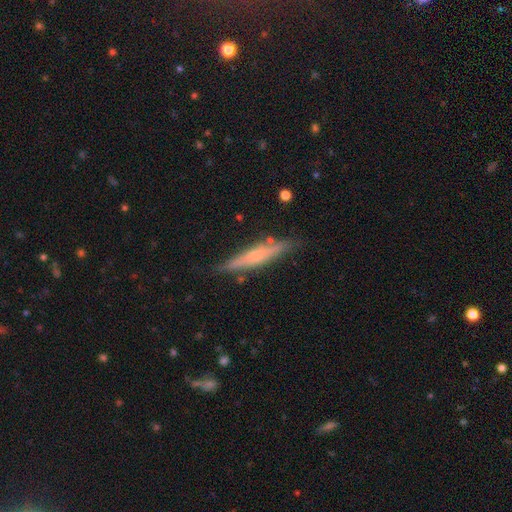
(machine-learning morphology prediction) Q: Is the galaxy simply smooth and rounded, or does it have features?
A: featured or disk — 54%.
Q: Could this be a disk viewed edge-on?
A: yes — 93%.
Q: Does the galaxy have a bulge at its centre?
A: rounded — 61%.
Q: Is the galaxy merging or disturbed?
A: none — 83%.